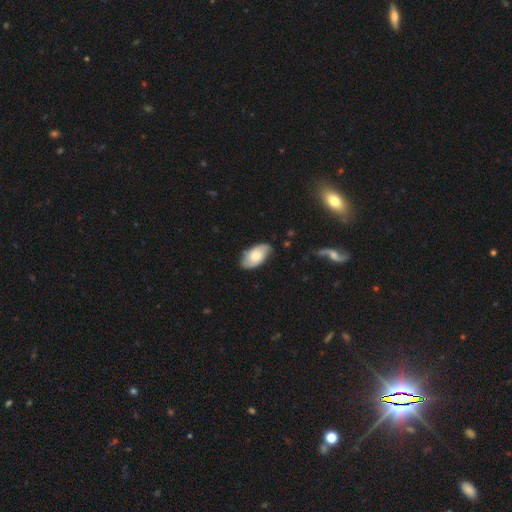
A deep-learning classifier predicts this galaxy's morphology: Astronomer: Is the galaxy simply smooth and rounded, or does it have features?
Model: smooth — 56% (runner-up: featured or disk, 38%).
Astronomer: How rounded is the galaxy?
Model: in between — 94%.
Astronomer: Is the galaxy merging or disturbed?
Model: none — 75%.